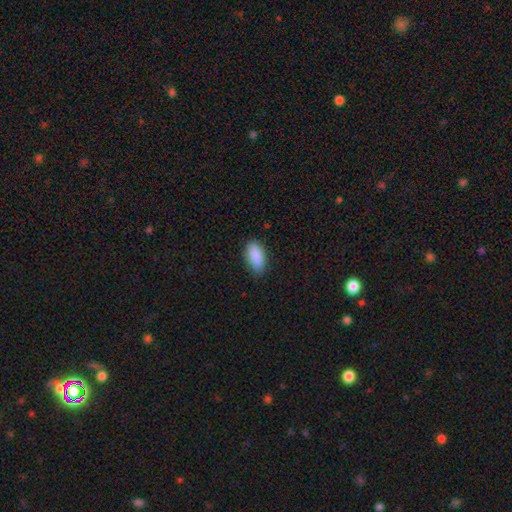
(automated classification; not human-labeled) This is clearly a smooth galaxy (89%). How rounded: clearly in between (89%). Merging: clearly none (81%).